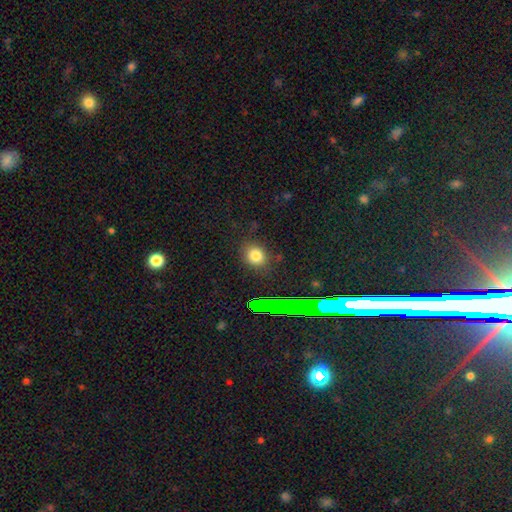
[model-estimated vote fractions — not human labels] Smooth or featured? smooth (78%)
How rounded? round (69%)
Merging? none (84%)